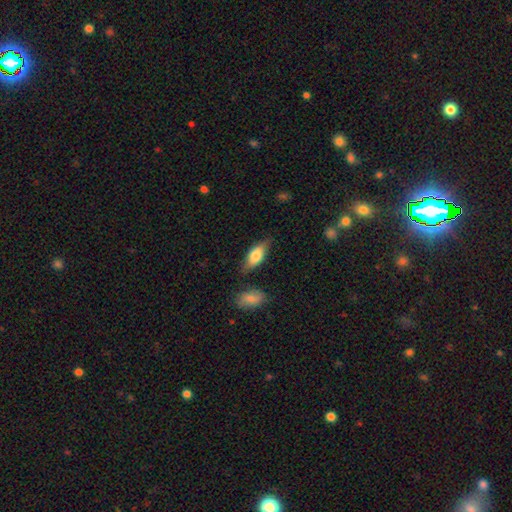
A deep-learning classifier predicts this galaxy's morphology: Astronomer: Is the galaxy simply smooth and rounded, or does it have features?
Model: smooth — 72%.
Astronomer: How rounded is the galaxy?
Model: in between — 77%.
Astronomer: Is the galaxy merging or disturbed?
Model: none — 74%.